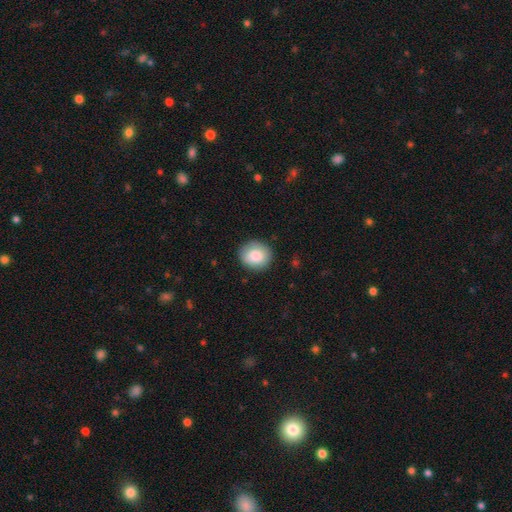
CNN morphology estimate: A smooth galaxy with no disk features (84%) that is round (80%).

Vote fractions:
- Smooth or featured? smooth: 84% / featured or disk: 9% / star or artifact: 7%
- How rounded? round: 80% / in between: 19% / cigar-shaped: 1%
- Merging? none: 87% / minor disturbance: 10% / major disturbance: 2% / merger: 1%